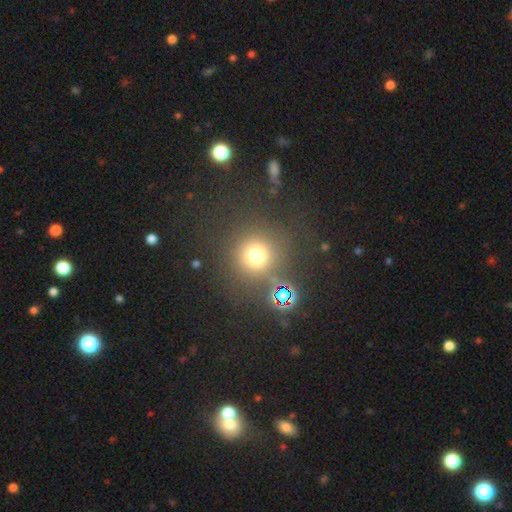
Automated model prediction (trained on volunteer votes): Smooth or featured? smooth (69%)
How rounded? round (94%)
Merging? none (81%)